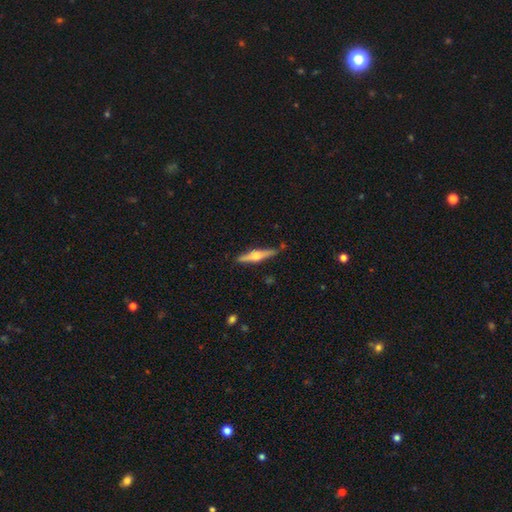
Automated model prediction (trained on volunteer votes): Overall: featured or disk (65%; smooth 29%). Edge-on disk: yes (97%). Edge-on bulge: rounded (88%). Merging: none (85%).